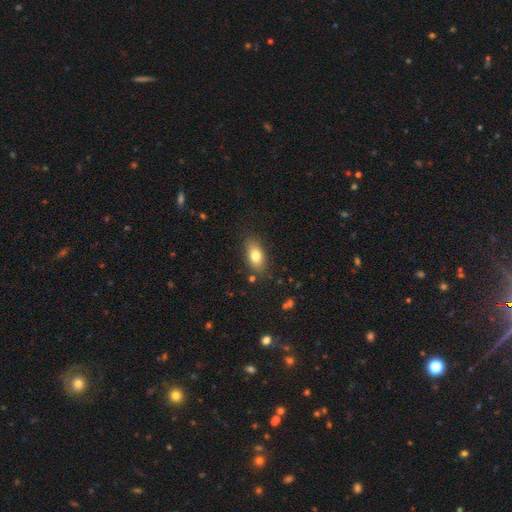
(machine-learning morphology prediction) smooth 77%, featured or disk 15%, star or artifact 8%. Down the decision tree: how rounded — in between (86%); merging — none (83%).